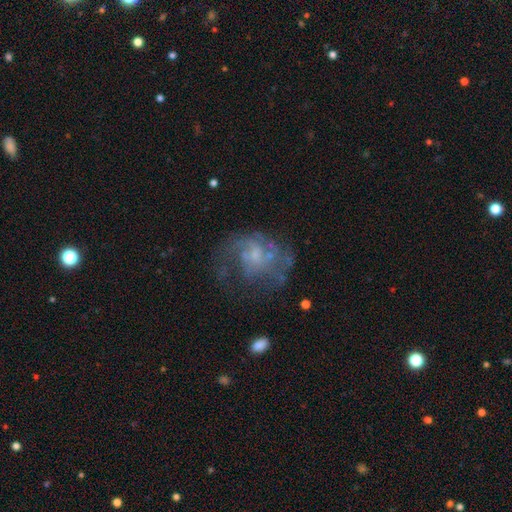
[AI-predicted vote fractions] A featured or disk galaxy (64%) with no bar (73%), spiral arms (62%) and a small central bulge (44%). Merging: none (43%).